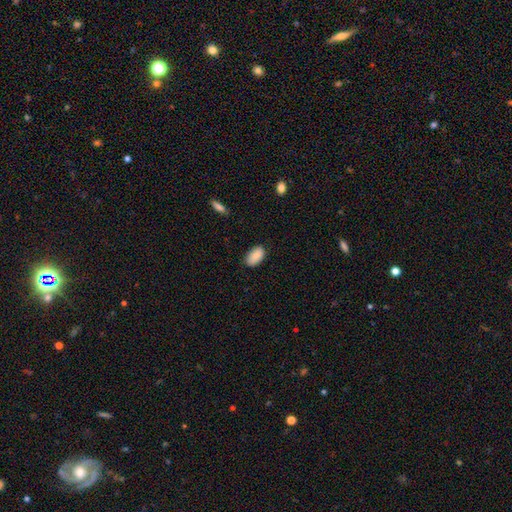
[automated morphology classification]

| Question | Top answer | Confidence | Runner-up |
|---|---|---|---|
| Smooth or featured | smooth | 88% | star or artifact (7%) |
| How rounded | in between | 94% | round (4%) |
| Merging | none | 81% | minor disturbance (16%) |